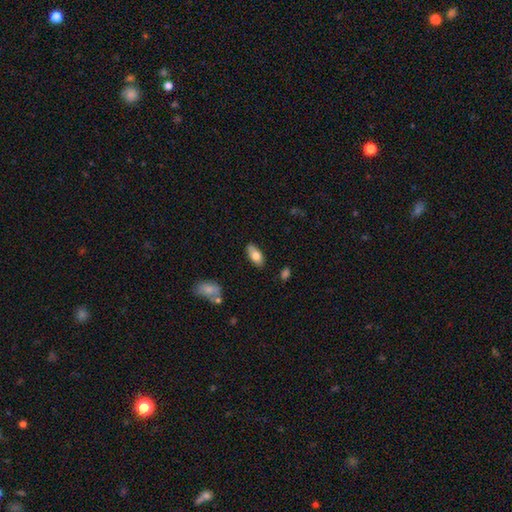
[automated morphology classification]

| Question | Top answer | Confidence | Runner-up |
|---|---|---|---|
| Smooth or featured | smooth | 75% | featured or disk (18%) |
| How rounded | in between | 89% | cigar-shaped (8%) |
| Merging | none | 83% | minor disturbance (13%) |